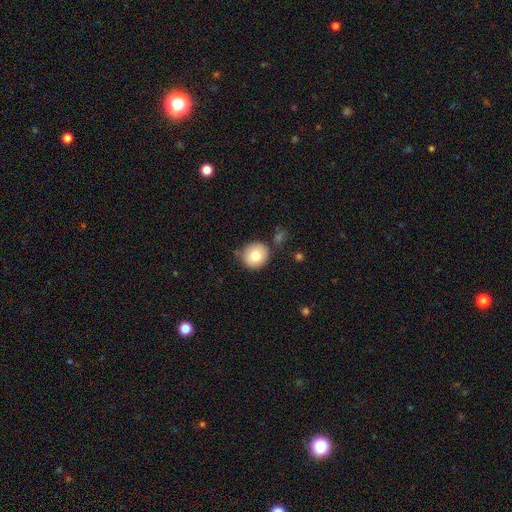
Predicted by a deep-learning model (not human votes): Smooth or featured? Predicted: smooth (p=0.77). How rounded? Predicted: round (p=0.89). Merging? Predicted: none (p=0.78).